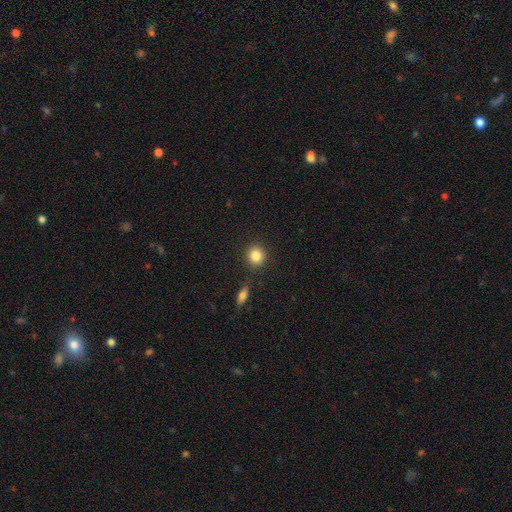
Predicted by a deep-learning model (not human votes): Morphology: type=smooth (83%); roundness=round (89%); merging=none (87%).